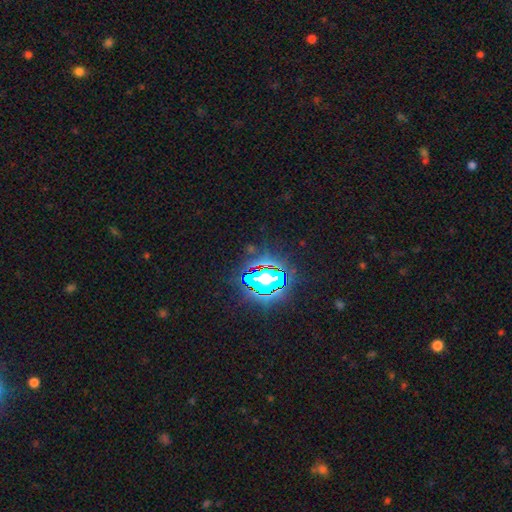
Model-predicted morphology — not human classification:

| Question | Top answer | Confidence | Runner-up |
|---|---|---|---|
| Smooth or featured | star or artifact | 83% | smooth (10%) |